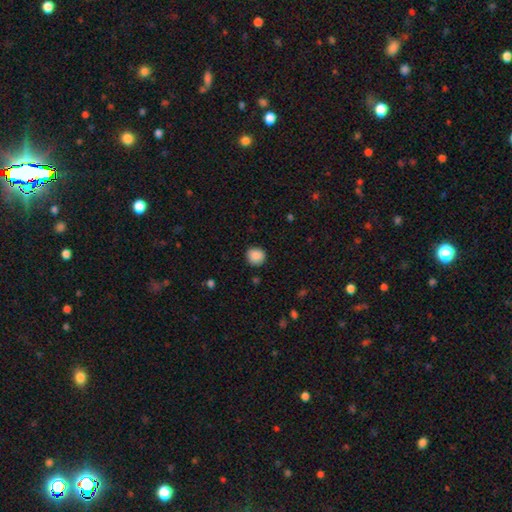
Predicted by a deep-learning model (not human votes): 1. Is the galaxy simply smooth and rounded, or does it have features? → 89% smooth, 9% star or artifact, 3% featured or disk.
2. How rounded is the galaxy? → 86% round, 13% in between, 1% cigar-shaped.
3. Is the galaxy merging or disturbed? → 88% none, 9% minor disturbance, 2% major disturbance, 1% merger.